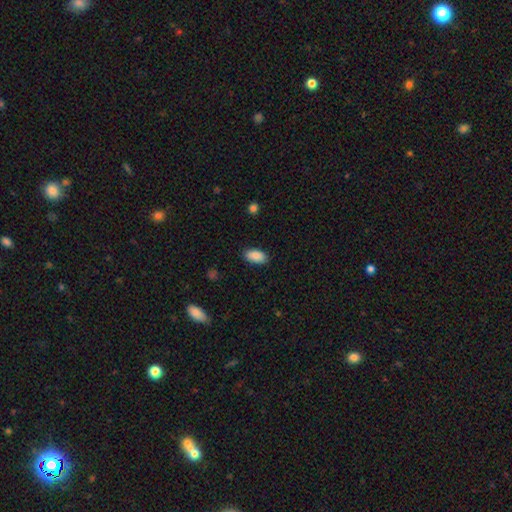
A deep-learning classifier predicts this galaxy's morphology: Overall: smooth (89%). How rounded: in between (94%). Merging: none (87%).